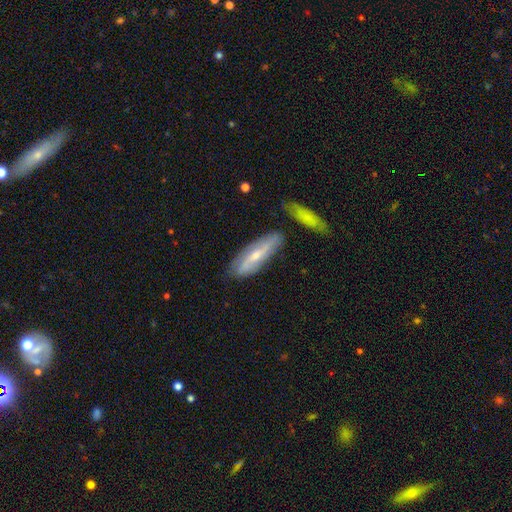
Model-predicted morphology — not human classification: type=featured or disk (58%); edge-on=no (55%); merging=none (74%).